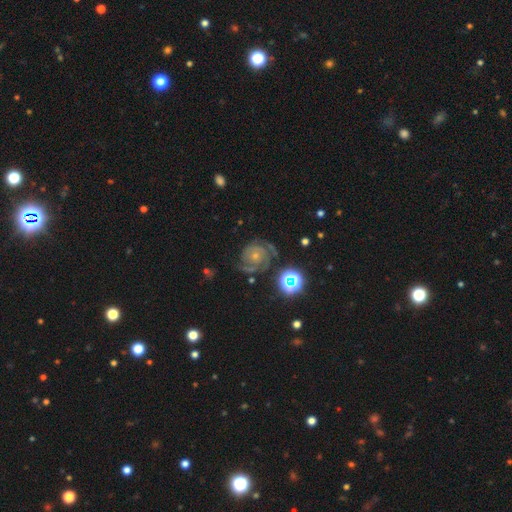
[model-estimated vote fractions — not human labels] Smooth or featured?
  - featured or disk: 79% *
  - star or artifact: 12%
  - smooth: 9%
Edge-on disk?
  - no: 98% *
  - yes: 2%
Bar?
  - no: 79% *
  - weak: 16%
  - strong: 5%
Spiral arms?
  - yes: 96% *
  - no: 4%
Spiral winding?
  - tight: 62% *
  - medium: 31%
  - loose: 7%
Spiral arm count?
  - 2: 63% *
  - can't tell: 13%
  - 3: 12%
  - 1: 4%
  - 4: 4%
  - more than 4: 3%
Bulge size?
  - small: 64% *
  - moderate: 29%
  - none: 3%
  - large: 2%
  - dominant: 1%
Merging?
  - none: 67% *
  - minor disturbance: 19%
  - major disturbance: 11%
  - merger: 3%